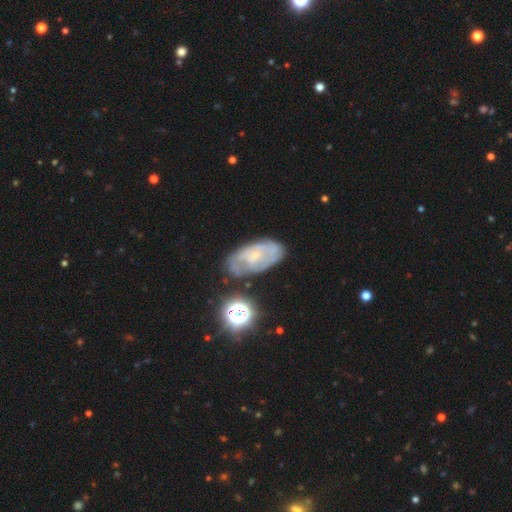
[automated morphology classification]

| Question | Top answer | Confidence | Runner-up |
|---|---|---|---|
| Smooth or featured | featured or disk | 62% | smooth (27%) |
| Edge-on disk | no | 93% | yes (7%) |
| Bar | no | 69% | weak (26%) |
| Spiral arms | yes | 63% | no (37%) |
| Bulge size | small | 60% | moderate (25%) |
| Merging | none | 65% | minor disturbance (22%) |